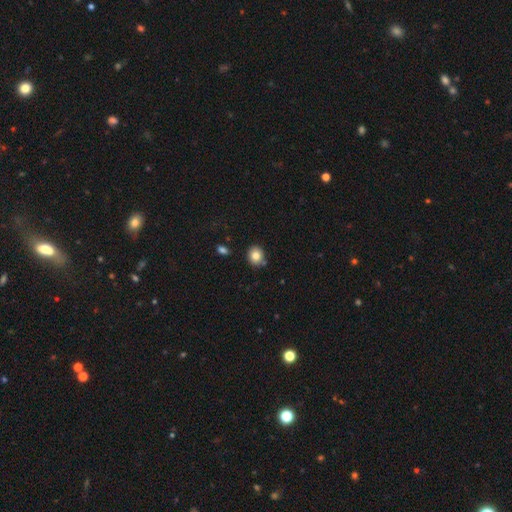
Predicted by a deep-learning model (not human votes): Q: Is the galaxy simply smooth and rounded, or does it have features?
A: smooth — 81%.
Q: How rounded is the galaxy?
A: round — 76%.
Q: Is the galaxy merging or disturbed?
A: none — 83%.